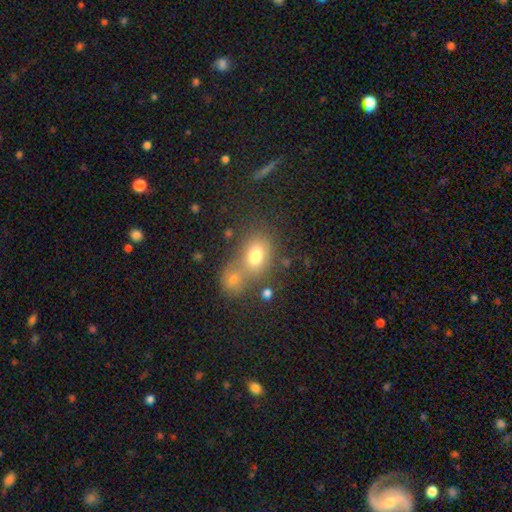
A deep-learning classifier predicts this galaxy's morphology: A smooth galaxy with no disk features (74%) that is in between round and cigar-shaped (62%). Merging: merger (45%).